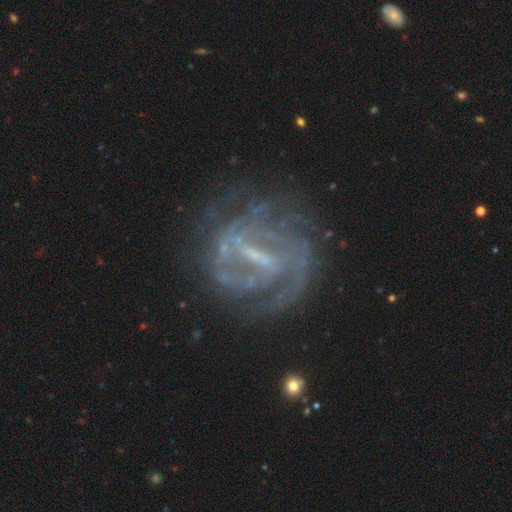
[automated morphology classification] The model was most divided on "spiral arm count": can't tell: 39%, 2: 29%, 3: 13%, 4: 7%, 1: 6%, more than 4: 6%. Remaining: edge-on disk — no (96%); spiral arms — yes (86%); smooth or featured — featured or disk (85%); merging — none (66%); bar — strong (55%); spiral winding — tight (52%); bulge size — small (47%).